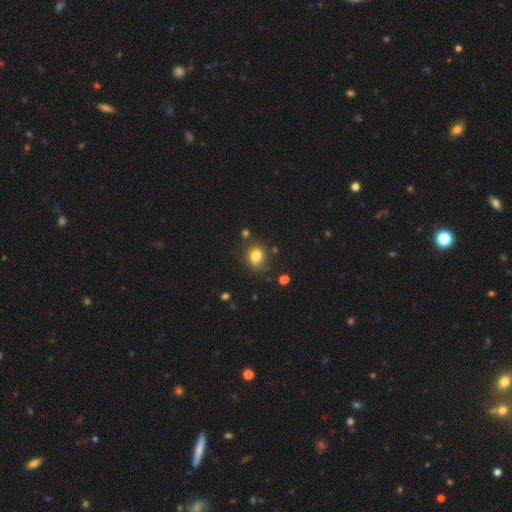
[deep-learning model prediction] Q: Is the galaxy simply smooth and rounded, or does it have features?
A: smooth — 82%.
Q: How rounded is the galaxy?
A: round — 54%.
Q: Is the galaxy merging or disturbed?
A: none — 74%.